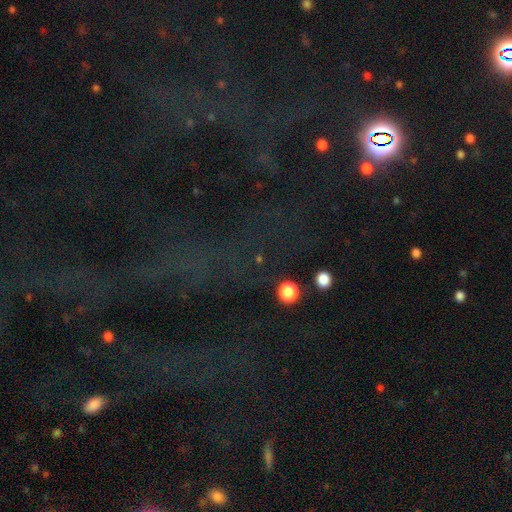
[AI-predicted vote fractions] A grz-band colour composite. It shows a star or artifact, not a galaxy (78%).